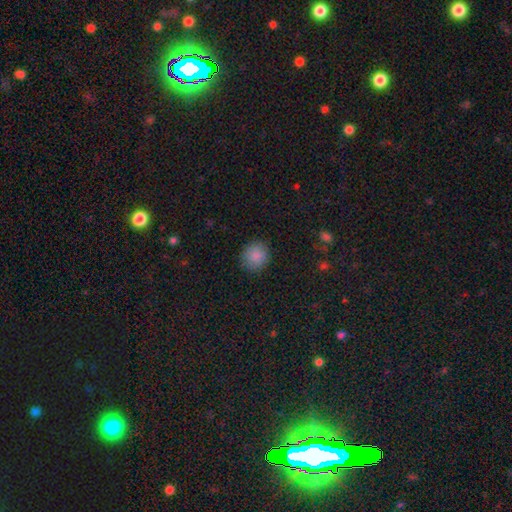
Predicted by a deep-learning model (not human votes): The model was most divided on "how rounded": round: 88%, in between: 11%, cigar-shaped: 1%. More confident: merging — none (88%); smooth or featured — smooth (87%).